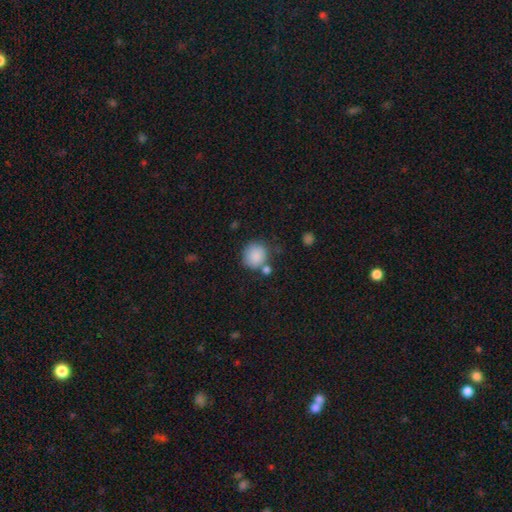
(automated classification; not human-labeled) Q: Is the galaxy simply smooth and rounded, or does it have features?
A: smooth — 87%.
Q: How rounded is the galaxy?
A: round — 82%.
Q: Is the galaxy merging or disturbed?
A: none — 63%.